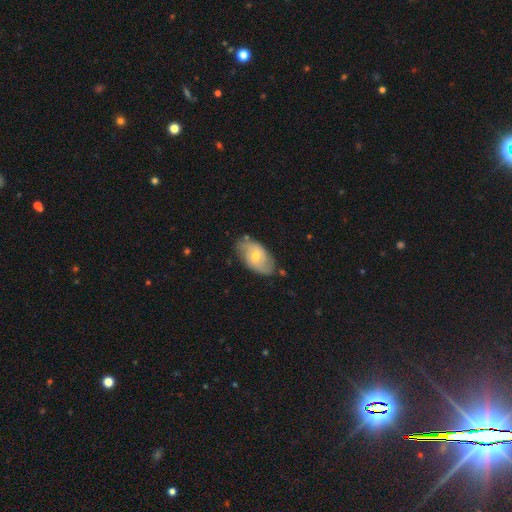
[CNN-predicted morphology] A featured or disk galaxy (67%) with no bar (64%), 2 (66%) tight (44%) spiral arms (85%) and a moderate central bulge (49%). Merging: none (73%).